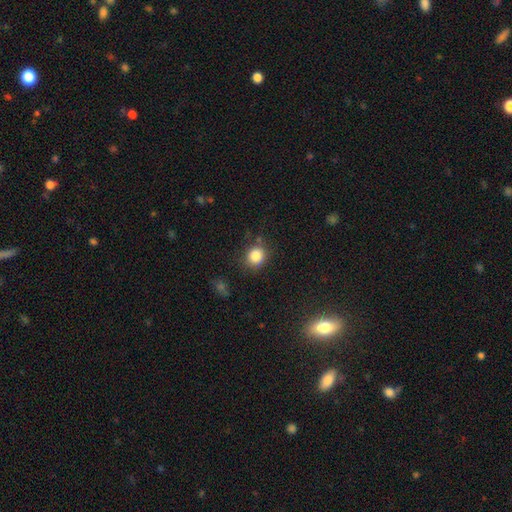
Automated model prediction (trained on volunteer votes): Overall: smooth (84%). How rounded: round (79%). Merging: none (78%).